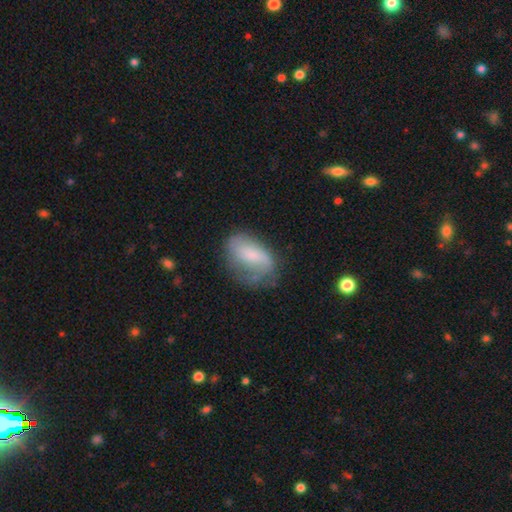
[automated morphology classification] This appears to be a smooth galaxy with no disk features (53%) that is in between round and cigar-shaped (85%). Merging: none (39%).